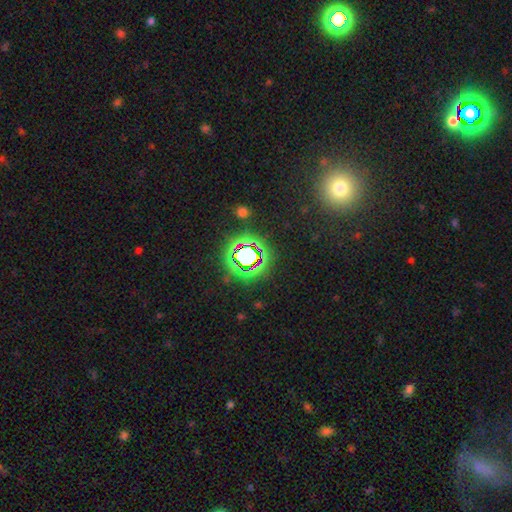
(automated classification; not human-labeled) smooth-or-featured: star or artifact: 74% | smooth: 16% | featured or disk: 10%